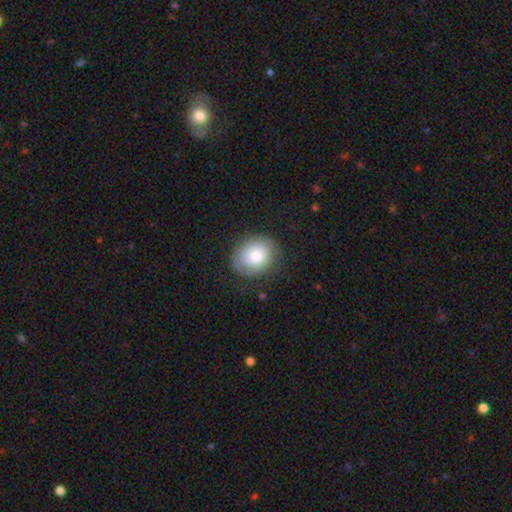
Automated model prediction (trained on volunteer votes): Smooth or featured? smooth (71%)
How rounded? round (66%)
Merging? none (77%)